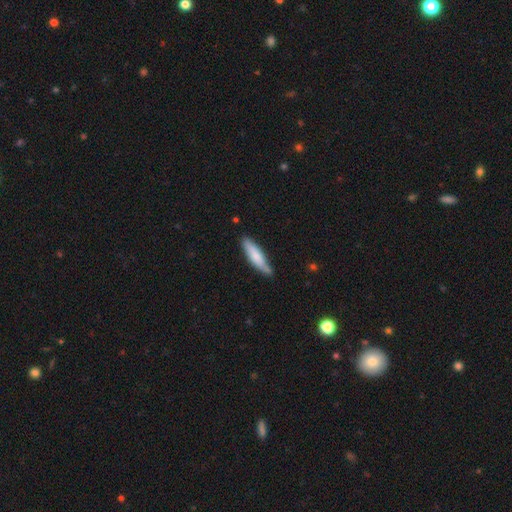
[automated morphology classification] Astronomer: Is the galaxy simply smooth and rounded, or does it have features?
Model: smooth — 74%.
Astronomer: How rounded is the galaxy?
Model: cigar-shaped — 74%.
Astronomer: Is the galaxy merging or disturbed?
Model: none — 75%.